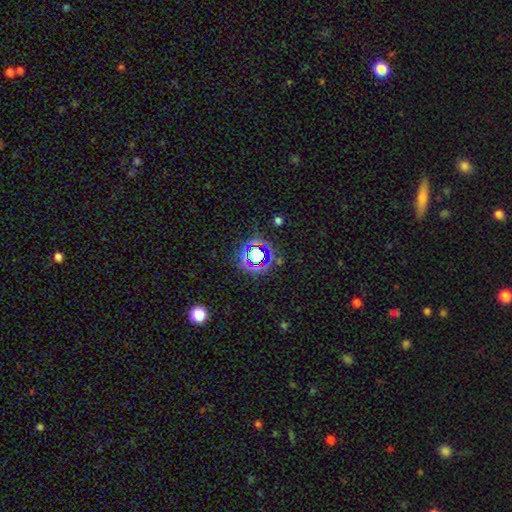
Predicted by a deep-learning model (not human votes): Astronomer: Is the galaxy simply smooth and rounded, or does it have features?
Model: star or artifact — 66%.